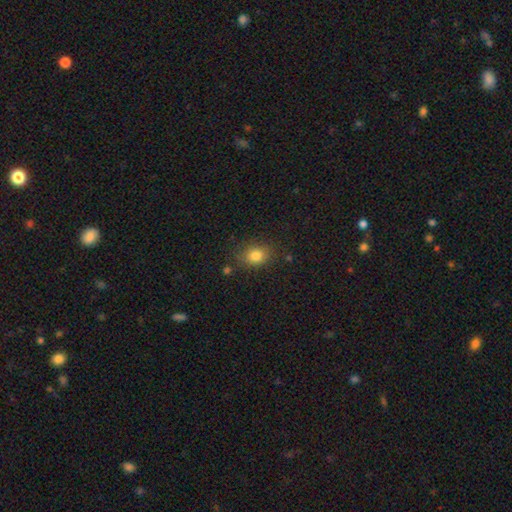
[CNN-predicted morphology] Smooth or featured? smooth (82%)
How rounded? round (50%)
Merging? none (78%)